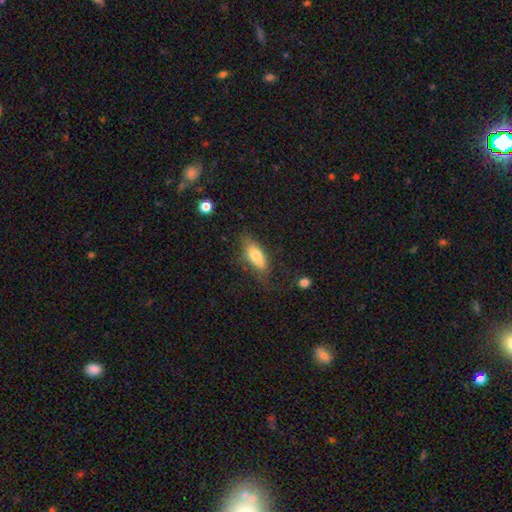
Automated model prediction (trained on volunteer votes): Q: Smooth or featured?
A: smooth (74%); runner-up: featured or disk (19%)
Q: How rounded?
A: in between (71%); runner-up: cigar-shaped (26%)
Q: Merging?
A: none (64%); runner-up: minor disturbance (23%)